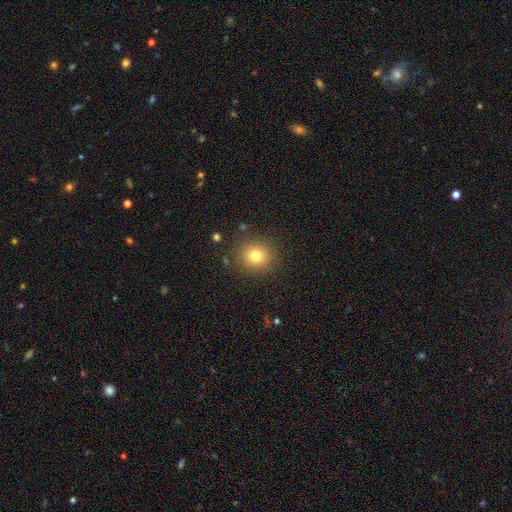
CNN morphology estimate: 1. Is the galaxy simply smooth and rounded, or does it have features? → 77% smooth, 14% star or artifact, 9% featured or disk.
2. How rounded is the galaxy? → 89% round, 10% in between, 1% cigar-shaped.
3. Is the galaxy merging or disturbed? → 88% none, 8% minor disturbance, 3% major disturbance, 2% merger.